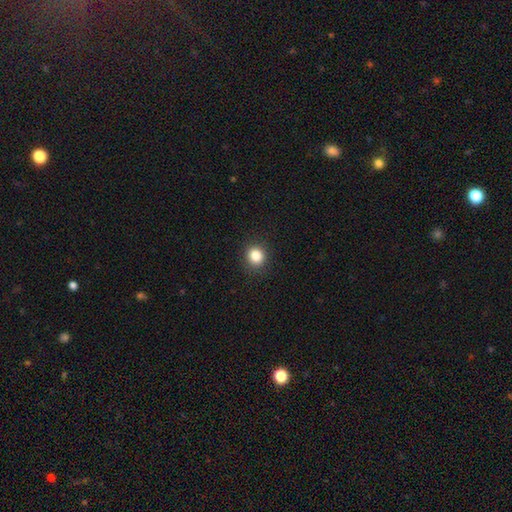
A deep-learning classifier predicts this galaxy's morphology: type=smooth (85%); roundness=round (85%); merging=none (90%).